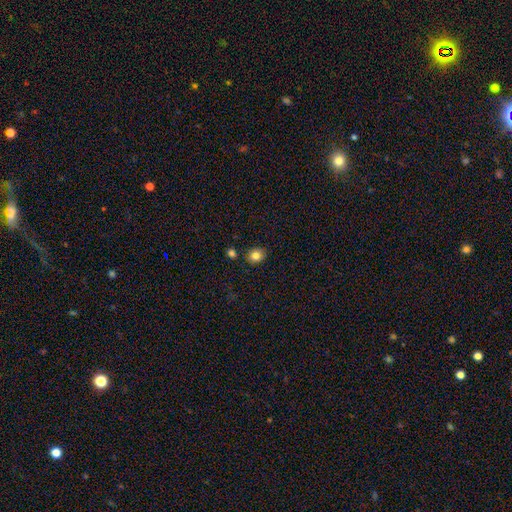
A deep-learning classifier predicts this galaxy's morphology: smooth 83%, star or artifact 10%, featured or disk 7%. Down the decision tree: how rounded — round (62%); merging — none (86%).